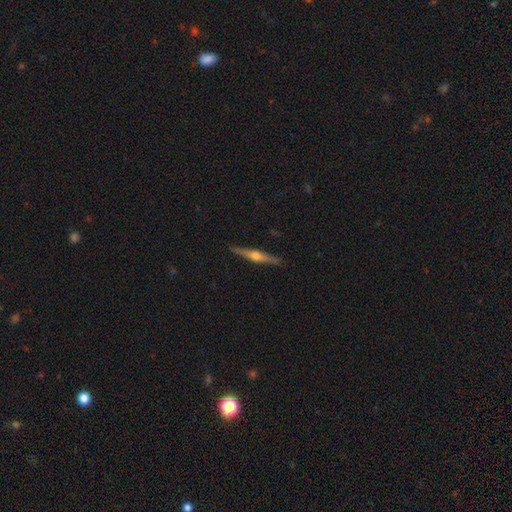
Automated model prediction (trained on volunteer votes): Smooth or featured? featured or disk (71%)
Edge-on disk? yes (98%)
Edge-on bulge? rounded (93%)
Merging? none (90%)